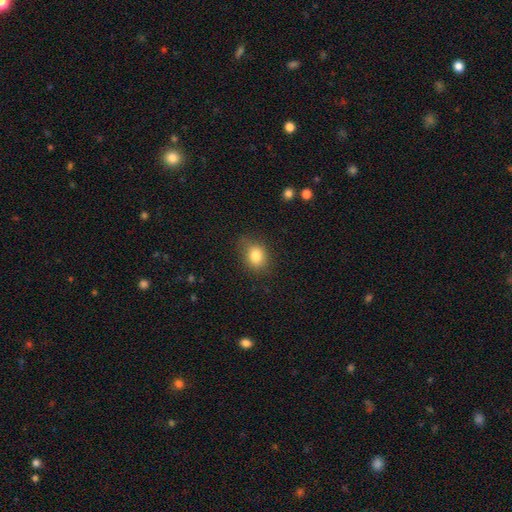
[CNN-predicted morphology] The model was most divided on "how rounded": in between: 54%, round: 45%, cigar-shaped: 1%. More confident: smooth or featured — smooth (82%); merging — none (74%).